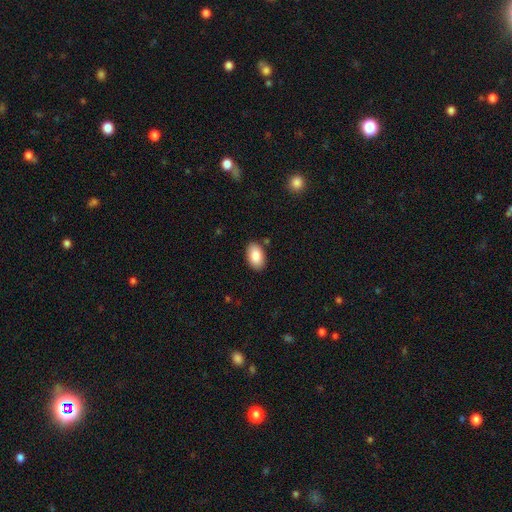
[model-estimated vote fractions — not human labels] Morphology: type=smooth (85%); roundness=in between (93%); merging=none (87%).